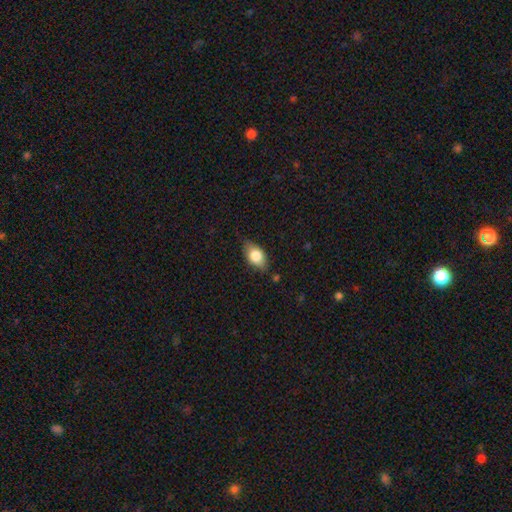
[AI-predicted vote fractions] Q: Smooth or featured?
A: smooth (78%); runner-up: featured or disk (15%)
Q: How rounded?
A: in between (88%); runner-up: round (8%)
Q: Merging?
A: none (75%); runner-up: minor disturbance (20%)